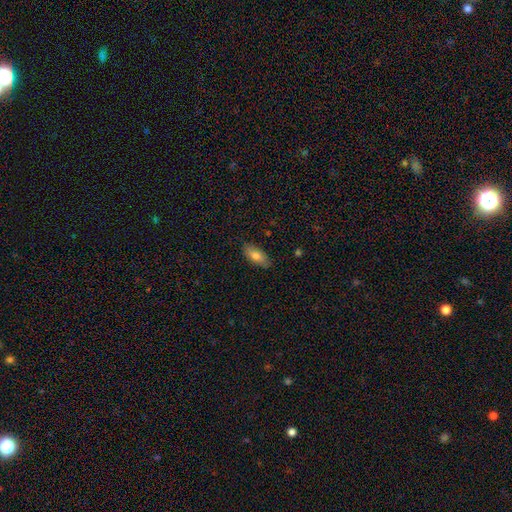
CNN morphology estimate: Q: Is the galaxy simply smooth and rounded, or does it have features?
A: smooth — 77%.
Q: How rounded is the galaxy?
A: in between — 85%.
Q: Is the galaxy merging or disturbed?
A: none — 85%.